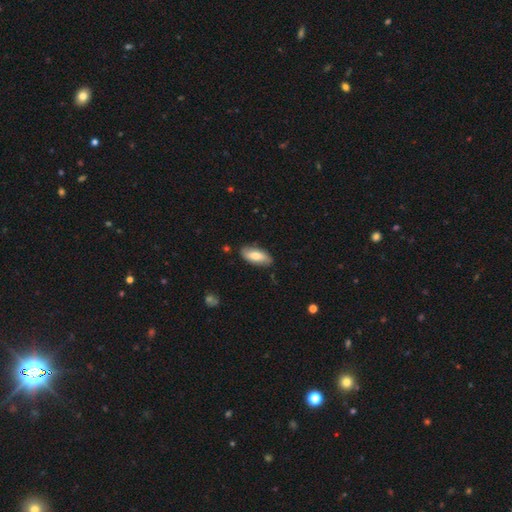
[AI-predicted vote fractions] Overall: smooth (75%). How rounded: in between (86%). Merging: none (82%).